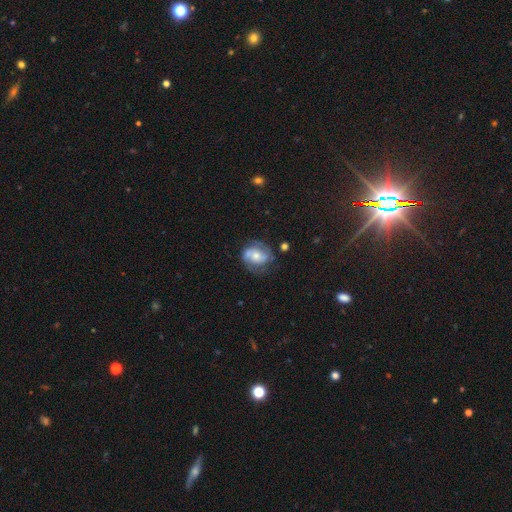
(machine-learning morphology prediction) The model was most divided on "spiral winding": medium: 45%, tight: 33%, loose: 23%. More confident: edge-on disk — no (97%); spiral arms — yes (84%); spiral arm count — 2 (76%); smooth or featured — featured or disk (65%); merging — none (62%); bar — no (57%); bulge size — moderate (54%).